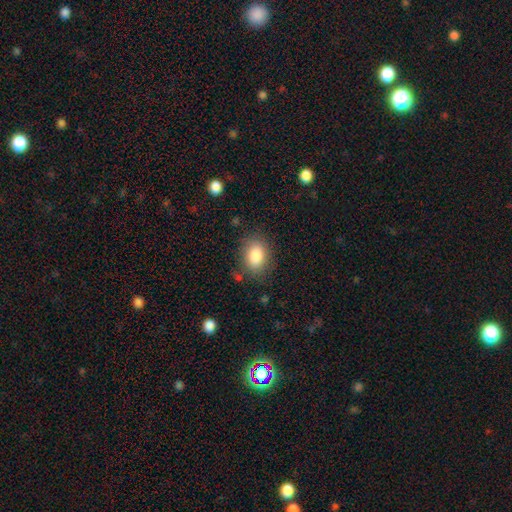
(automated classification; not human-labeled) smooth-or-featured: smooth: 84% | star or artifact: 8% | featured or disk: 8%
  how-rounded: in between: 73% | round: 26% | cigar-shaped: 1%
  merging: none: 81% | minor disturbance: 13% | major disturbance: 4% | merger: 2%